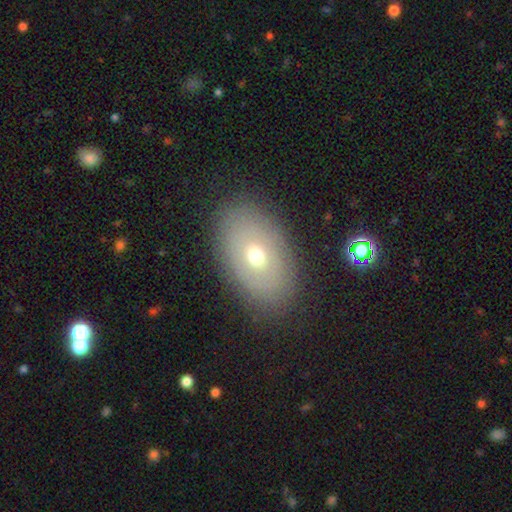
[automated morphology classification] The model was most divided on "smooth or featured": smooth: 51%, featured or disk: 39%, star or artifact: 10%. More confident: how rounded — in between (88%); merging — none (84%).